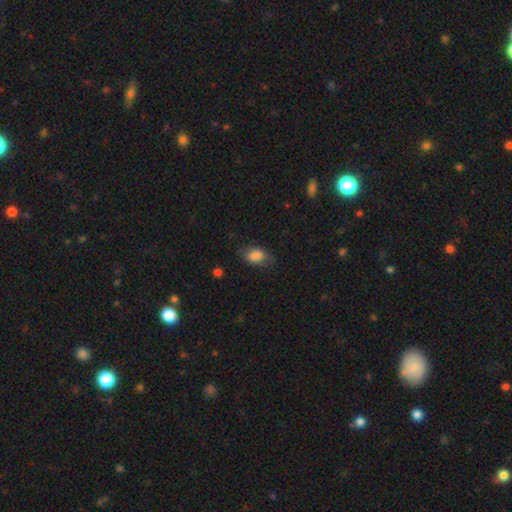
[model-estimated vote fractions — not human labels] smooth-or-featured: smooth: 83% | featured or disk: 9% | star or artifact: 8%
  how-rounded: in between: 86% | round: 12% | cigar-shaped: 2%
  merging: none: 65% | minor disturbance: 24% | major disturbance: 9% | merger: 1%